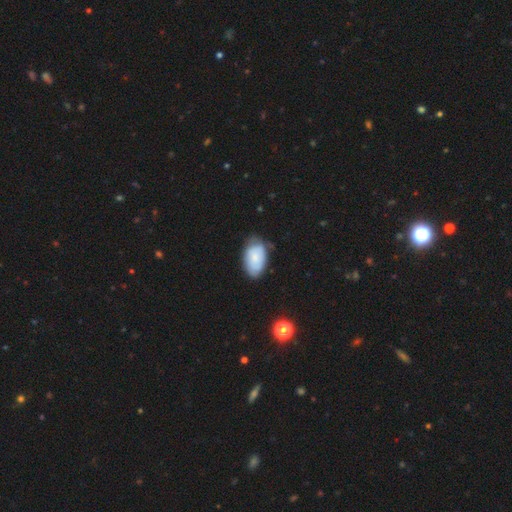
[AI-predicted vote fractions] smooth_or_featured: smooth (p=0.75) [alt: featured or disk p=0.18]
how_rounded: in between (p=0.93) [alt: round p=0.05]
merging: none (p=0.63) [alt: minor disturbance p=0.29]